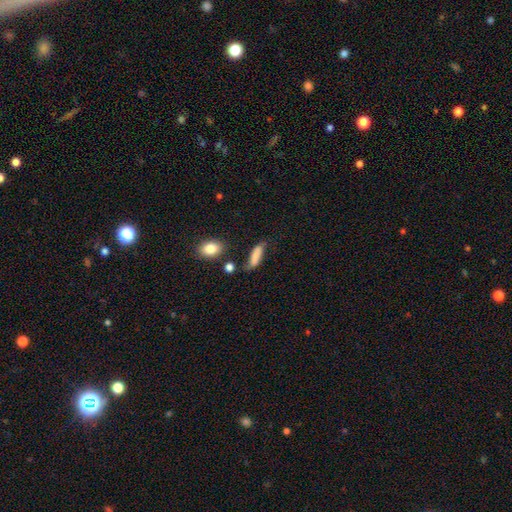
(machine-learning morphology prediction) The model was most divided on "how rounded": cigar-shaped: 52%, in between: 44%, round: 4%. More confident: smooth or featured — smooth (79%); merging — none (54%).